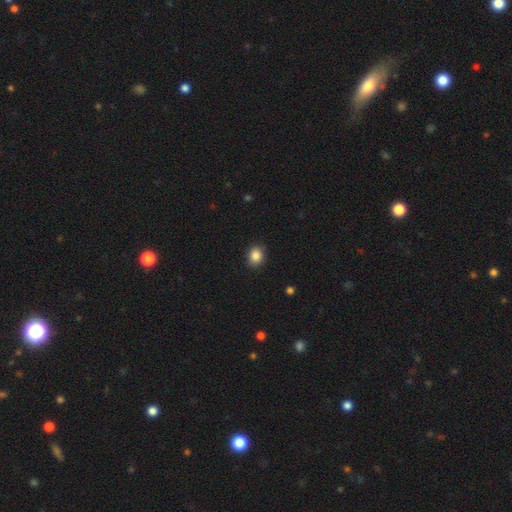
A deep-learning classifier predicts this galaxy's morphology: Smooth or featured? smooth (87%)
How rounded? round (57%)
Merging? none (87%)